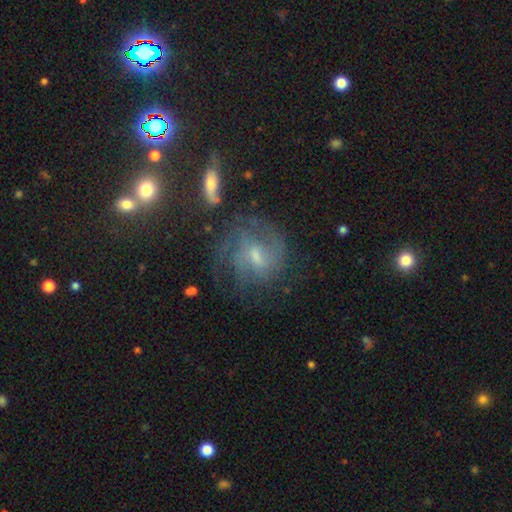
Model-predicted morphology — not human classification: Smooth or featured: featured or disk — 71% (smooth — 17%)
Edge-on disk: no — 96% (yes — 4%)
Bar: weak — 53% (no — 35%)
Spiral arms: yes — 88% (no — 12%)
Spiral winding: tight — 42% (medium — 41%)
Spiral arm count: can't tell — 40% (2 — 21%)
Bulge size: small — 48% (moderate — 40%)
Merging: none — 63% (minor disturbance — 19%)